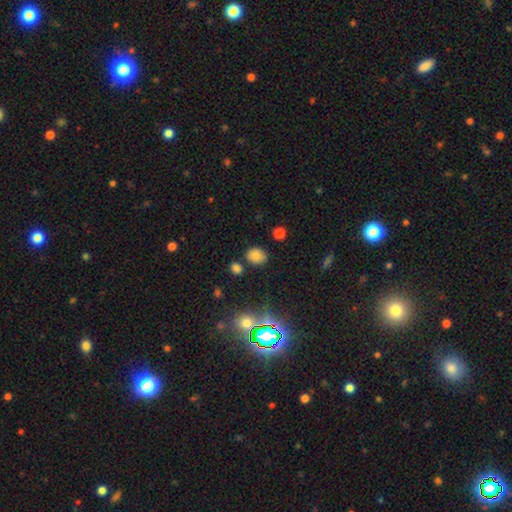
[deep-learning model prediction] A smooth galaxy with no disk features (77%) that is round (60%). Merging: none (79%).